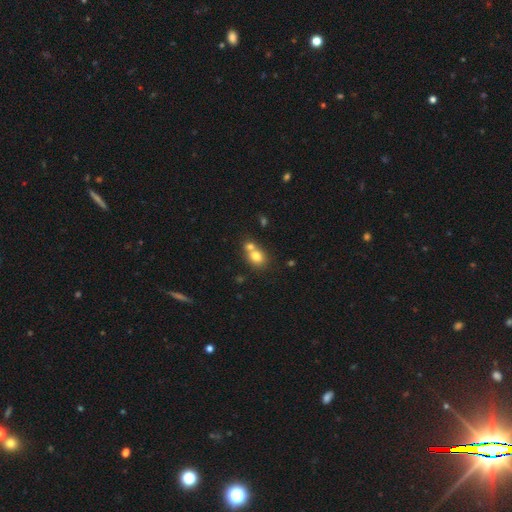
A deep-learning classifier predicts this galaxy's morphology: This appears to be a smooth galaxy with no disk features (77%) that is round (60%). Merging: merger (53%).